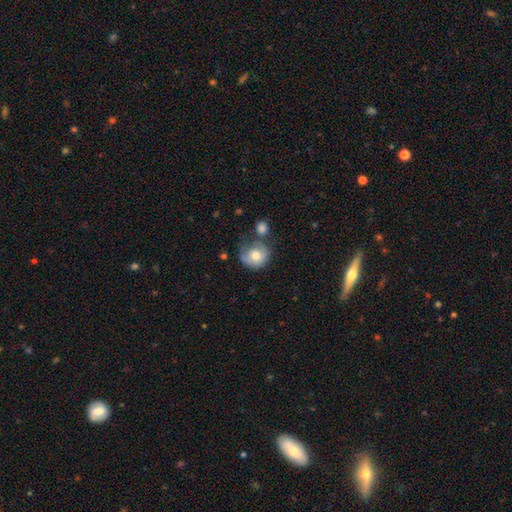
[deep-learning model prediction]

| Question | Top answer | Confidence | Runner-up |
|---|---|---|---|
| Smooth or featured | smooth | 67% | featured or disk (26%) |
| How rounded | round | 79% | in between (20%) |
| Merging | none | 39% | minor disturbance (27%) |